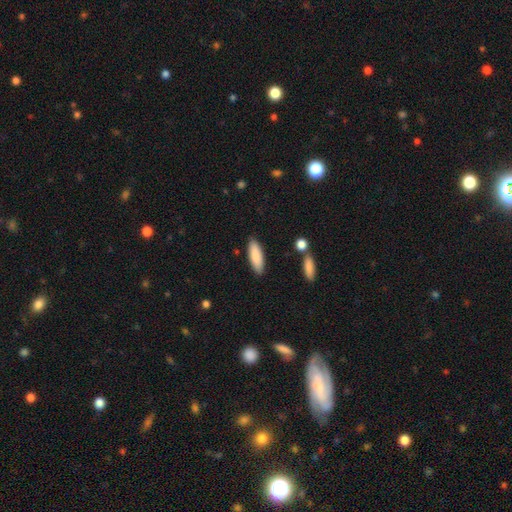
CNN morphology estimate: A smooth galaxy with no disk features (85%) that is in between round and cigar-shaped (52%).

Vote fractions:
- Smooth or featured? smooth: 85% / featured or disk: 9% / star or artifact: 6%
- How rounded? in between: 52% / cigar-shaped: 46% / round: 2%
- Merging? none: 86% / minor disturbance: 9% / merger: 3% / major disturbance: 2%